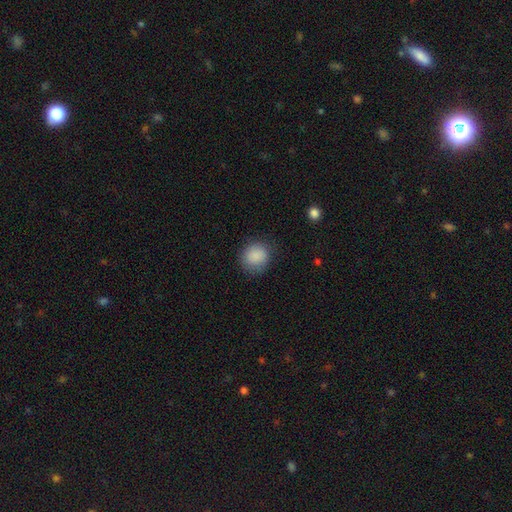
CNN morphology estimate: A smooth galaxy with no disk features (88%) that is round (83%). Merging: none (81%).